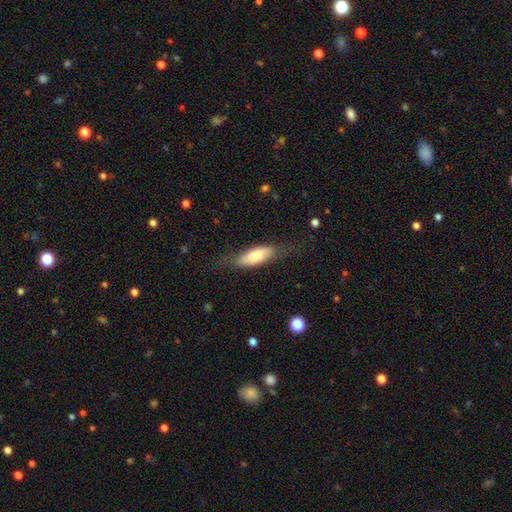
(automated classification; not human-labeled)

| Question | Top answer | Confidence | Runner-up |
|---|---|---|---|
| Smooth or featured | smooth | 68% | featured or disk (26%) |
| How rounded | in between | 66% | cigar-shaped (32%) |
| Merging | none | 65% | minor disturbance (23%) |